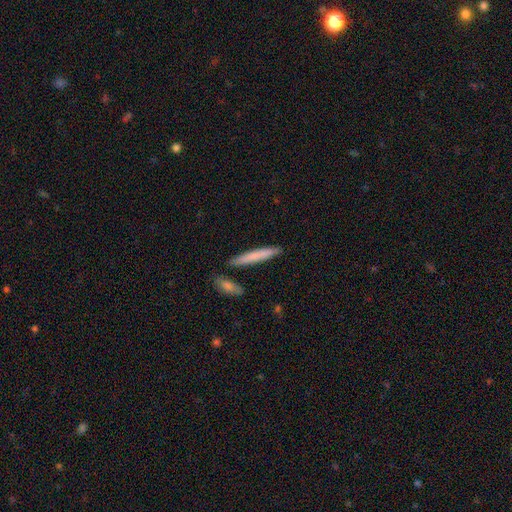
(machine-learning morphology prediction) The model was most divided on "smooth or featured": smooth: 74%, featured or disk: 21%, star or artifact: 5%. More confident: how rounded — cigar-shaped (94%); merging — none (86%).